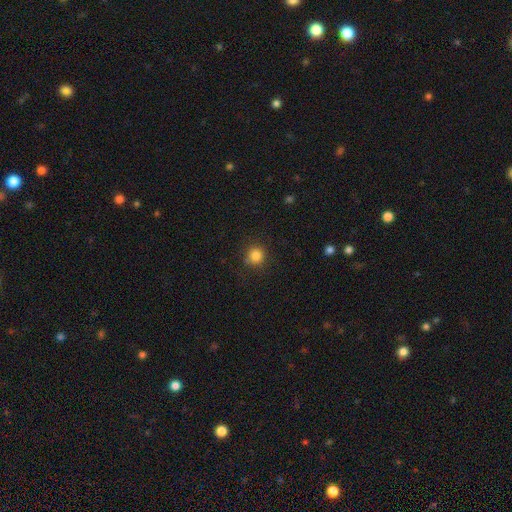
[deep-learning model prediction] Morphology: type=smooth (83%); roundness=round (92%); merging=none (84%).